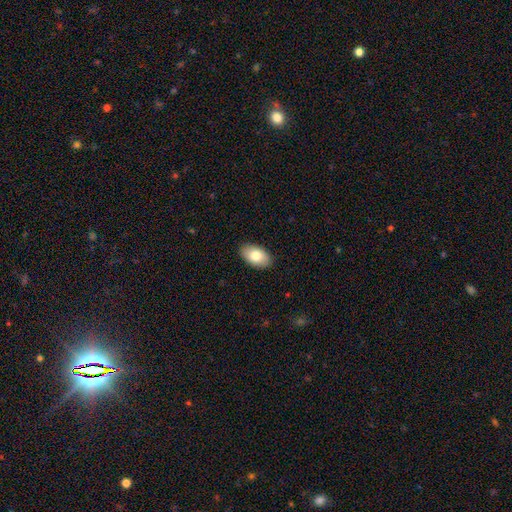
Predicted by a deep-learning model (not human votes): smooth-or-featured: smooth: 80% | featured or disk: 13% | star or artifact: 6%
  how-rounded: in between: 93% | round: 5% | cigar-shaped: 1%
  merging: none: 89% | minor disturbance: 8% | major disturbance: 2% | merger: 1%